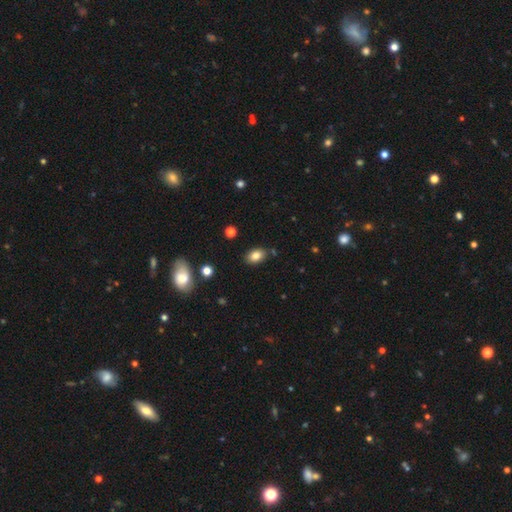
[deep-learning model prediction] smooth-or-featured: smooth: 82% | star or artifact: 10% | featured or disk: 9%
  how-rounded: in between: 83% | round: 15% | cigar-shaped: 1%
  merging: none: 83% | minor disturbance: 11% | merger: 3% | major disturbance: 2%